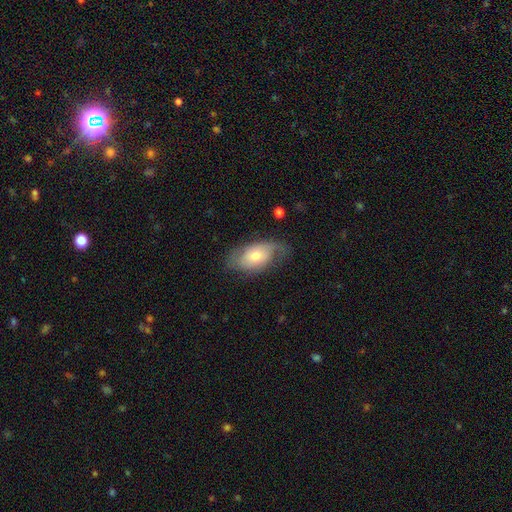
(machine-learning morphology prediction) A featured or disk galaxy (50%). Merging: none (60%).